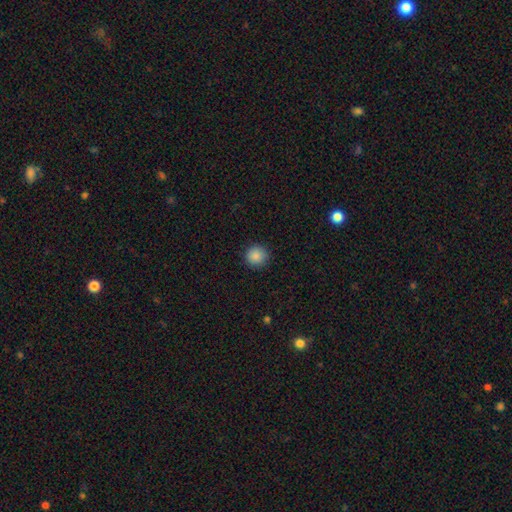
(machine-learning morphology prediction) This is clearly a smooth galaxy (87%). How rounded: clearly round (94%). Merging: clearly none (91%).